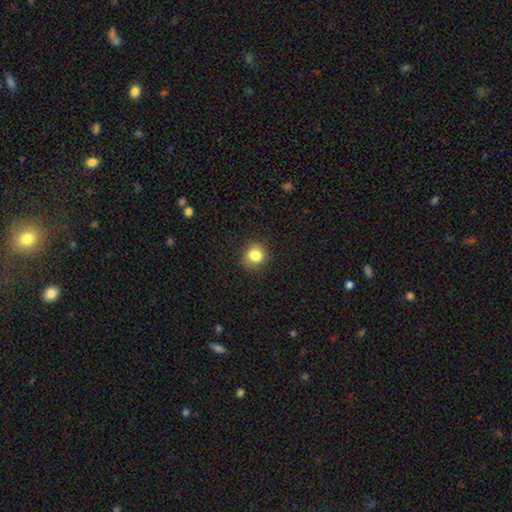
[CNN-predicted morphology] Smooth or featured? smooth (82%)
How rounded? round (69%)
Merging? none (81%)